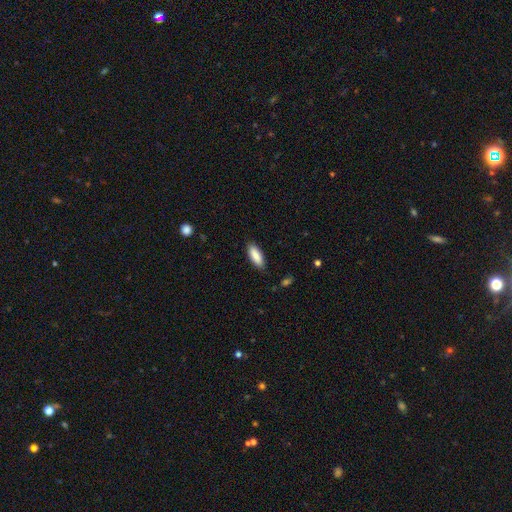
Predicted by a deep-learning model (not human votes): Overall: smooth (88%). How rounded: in between (70%). Merging: none (87%).